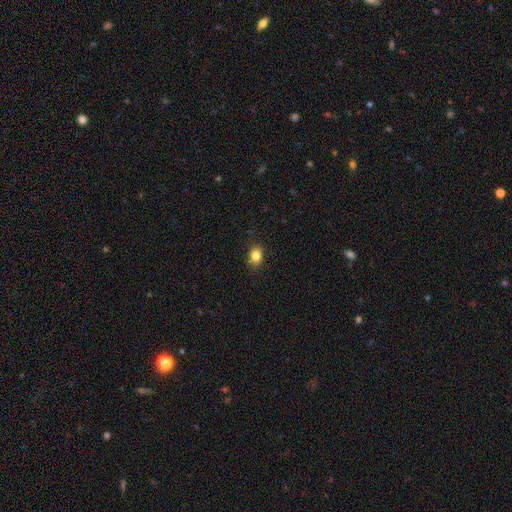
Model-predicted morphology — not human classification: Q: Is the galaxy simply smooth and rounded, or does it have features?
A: smooth — 84%.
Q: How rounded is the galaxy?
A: in between — 62%.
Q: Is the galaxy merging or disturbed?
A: none — 88%.